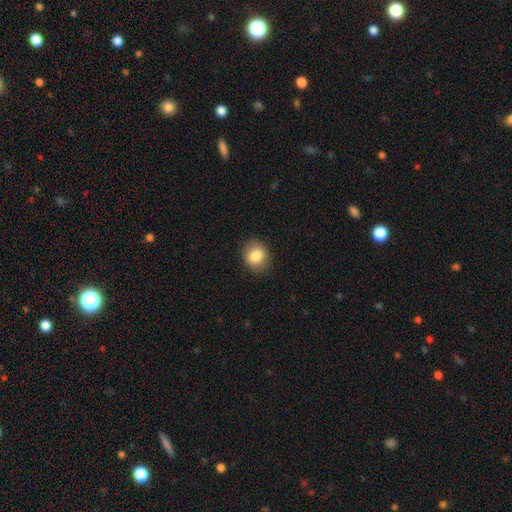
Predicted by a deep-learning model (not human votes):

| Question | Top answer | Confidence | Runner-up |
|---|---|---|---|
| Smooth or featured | smooth | 84% | star or artifact (8%) |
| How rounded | round | 64% | in between (35%) |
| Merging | none | 87% | minor disturbance (10%) |